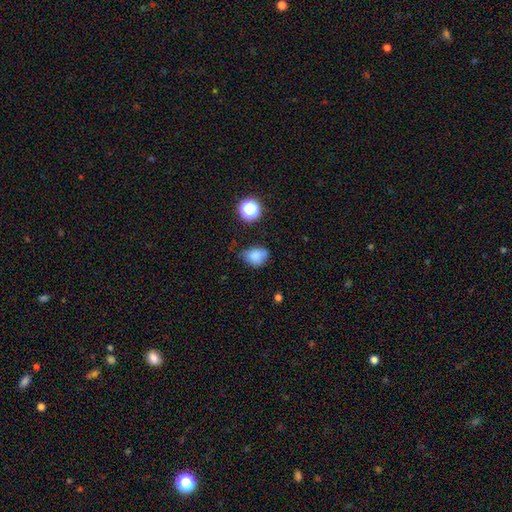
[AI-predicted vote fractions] Overall: smooth (80%). How rounded: in between (57%; round 42%). Merging: none (54%; minor disturbance 35%).